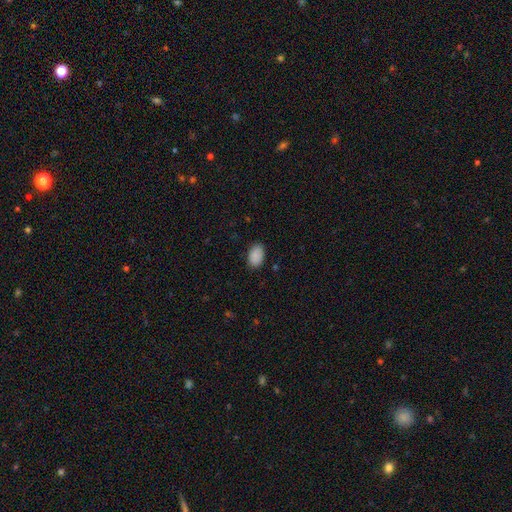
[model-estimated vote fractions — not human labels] Smooth or featured: smooth — 90% (star or artifact — 7%)
How rounded: in between — 89% (round — 10%)
Merging: none — 86% (minor disturbance — 11%)